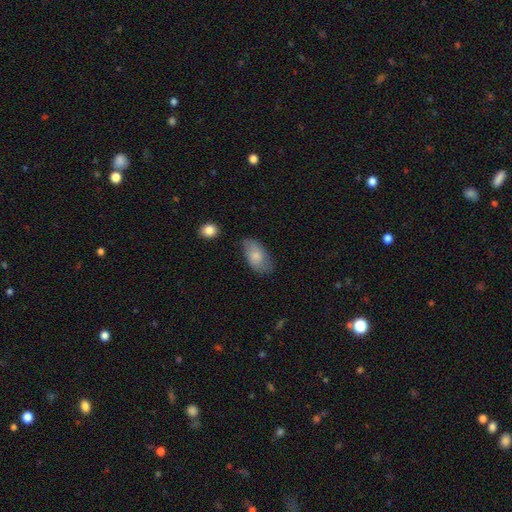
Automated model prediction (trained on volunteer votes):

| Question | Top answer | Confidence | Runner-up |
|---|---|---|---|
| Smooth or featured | smooth | 79% | featured or disk (15%) |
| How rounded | in between | 94% | round (4%) |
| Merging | none | 66% | minor disturbance (25%) |